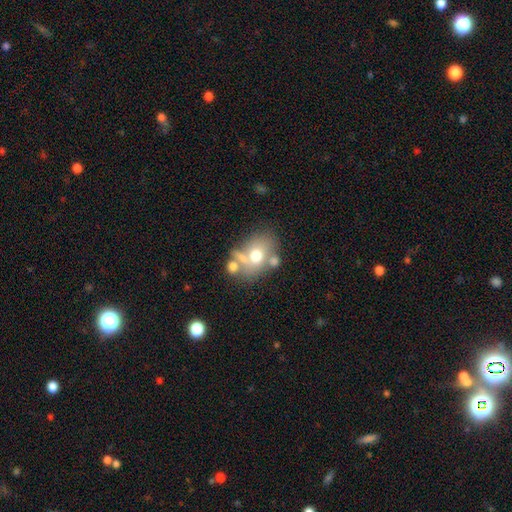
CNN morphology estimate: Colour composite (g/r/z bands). It shows a smooth galaxy with no disk features (60%) that is in between round and cigar-shaped (63%). Merging: none (40%).